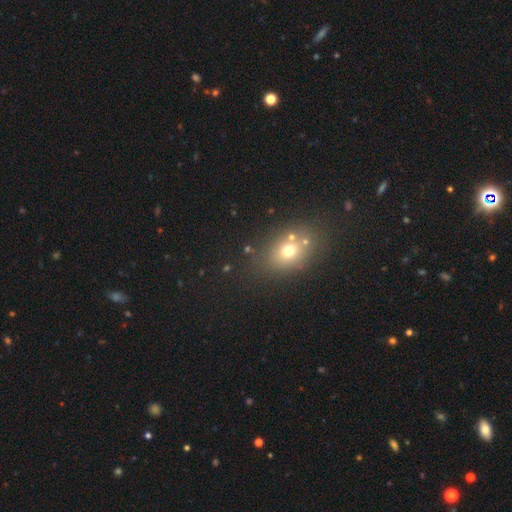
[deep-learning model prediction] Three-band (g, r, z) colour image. It shows a smooth galaxy with no disk features (54%) that is in between round and cigar-shaped (53%). Merging: none (69%).